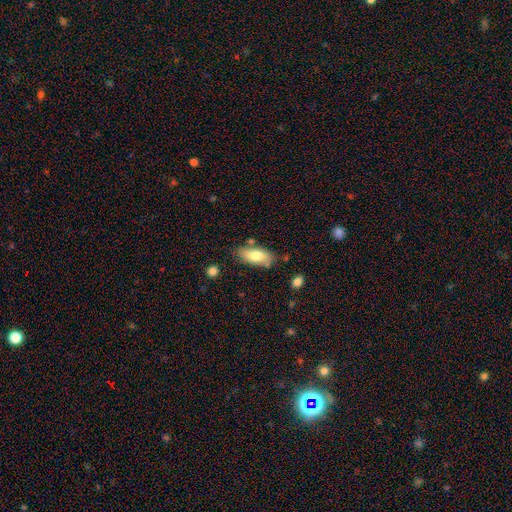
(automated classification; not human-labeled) Morphology: type=smooth (75%); roundness=in between (86%); merging=none (74%).